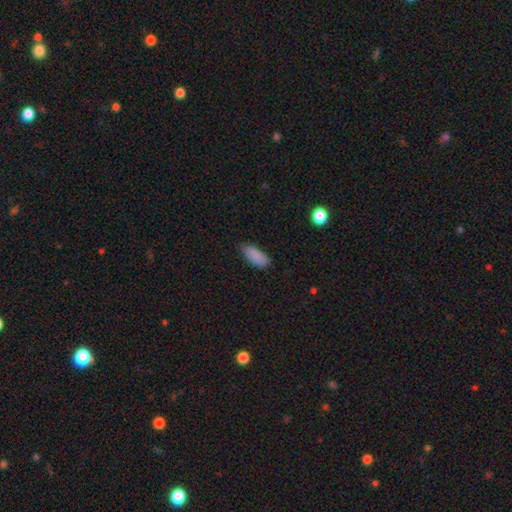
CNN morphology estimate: Q: Smooth or featured?
A: smooth (88%); runner-up: star or artifact (7%)
Q: How rounded?
A: in between (86%); runner-up: cigar-shaped (12%)
Q: Merging?
A: none (72%); runner-up: minor disturbance (23%)